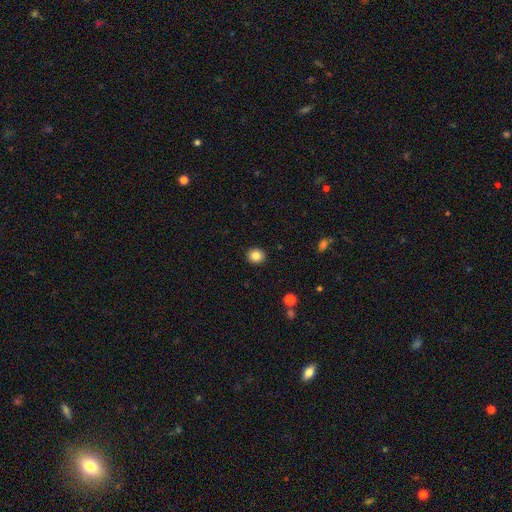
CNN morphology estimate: Smooth or featured? Predicted: smooth (p=0.84). How rounded? Predicted: round (p=0.85). Merging? Predicted: none (p=0.92).